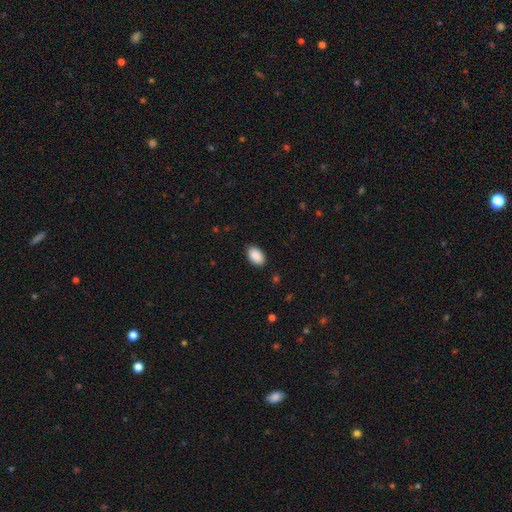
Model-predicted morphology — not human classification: Overall: smooth (91%). How rounded: in between (91%). Merging: none (88%).